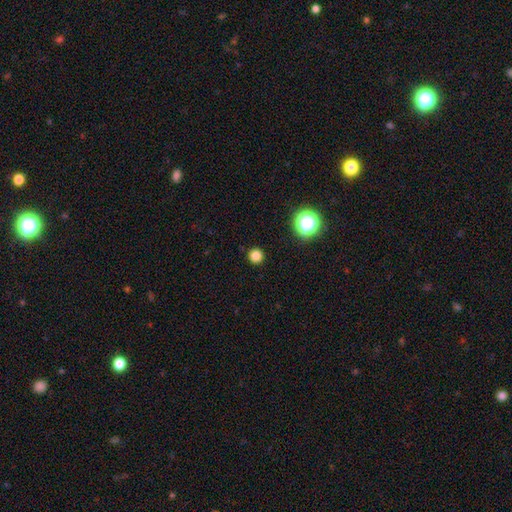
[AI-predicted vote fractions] Morphology: type=smooth (81%); roundness=round (96%); merging=none (93%).